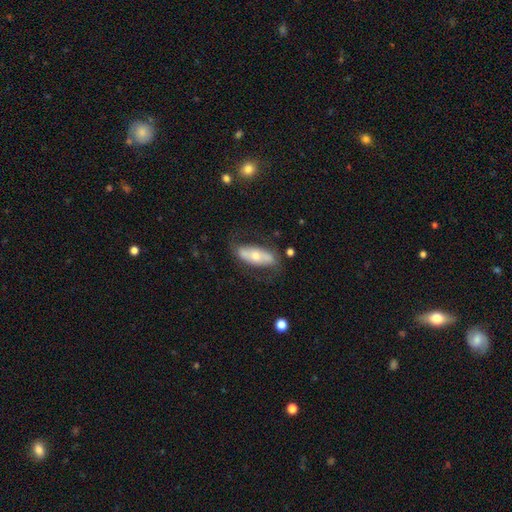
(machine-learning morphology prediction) This is possibly a featured or disk galaxy (54%). It is likely not viewed edge-on (79%). Merging: likely none (67%).